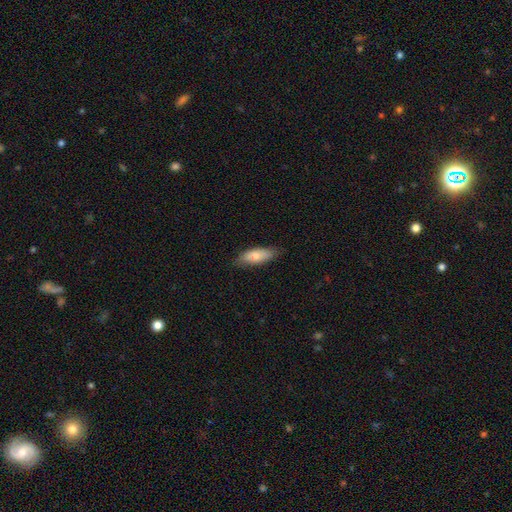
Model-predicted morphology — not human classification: Overall: smooth (79%). How rounded: in between (69%; cigar-shaped 29%). Merging: none (78%).